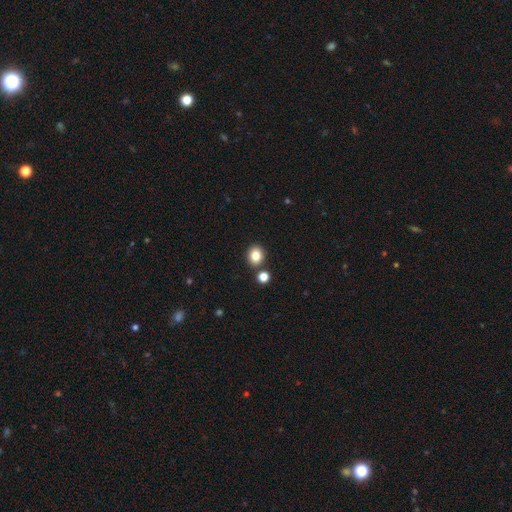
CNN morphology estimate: The model was most divided on "how rounded": round: 69%, in between: 30%, cigar-shaped: 1%. More confident: smooth or featured — smooth (82%); merging — none (82%).